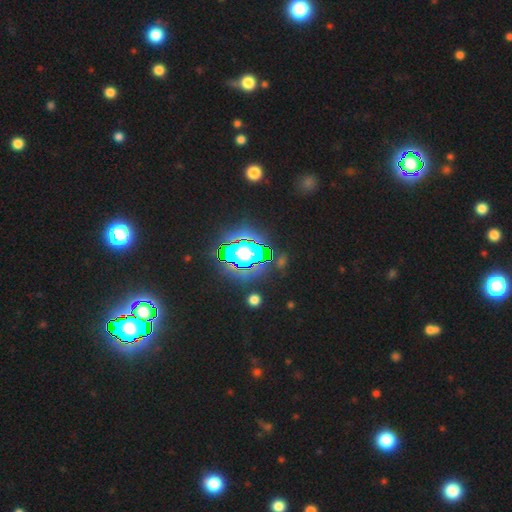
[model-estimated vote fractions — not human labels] The model was most divided on "smooth or featured": star or artifact: 73%, smooth: 16%, featured or disk: 11%.